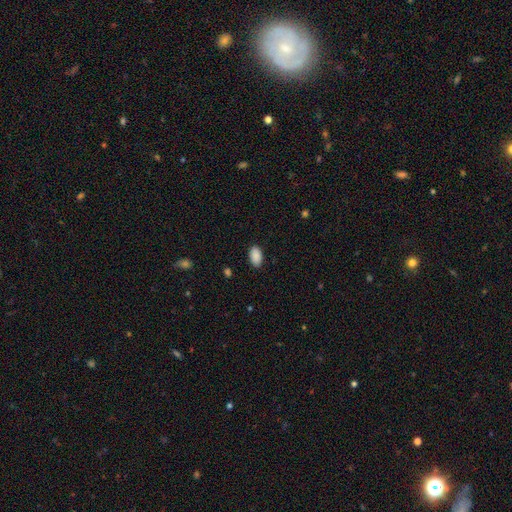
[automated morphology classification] Smooth or featured? smooth (90%)
How rounded? in between (94%)
Merging? none (87%)